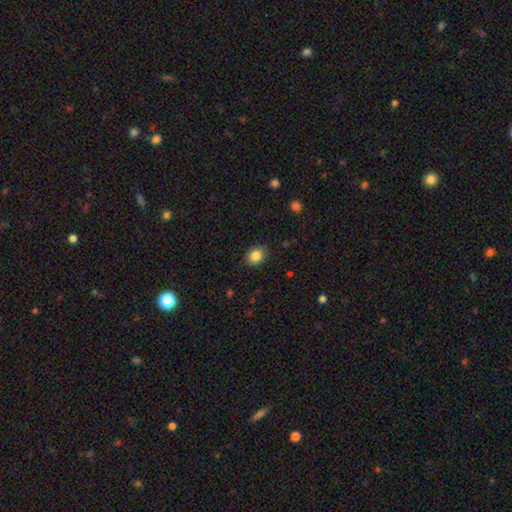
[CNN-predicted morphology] Smooth or featured? smooth (85%)
How rounded? round (54%)
Merging? none (87%)